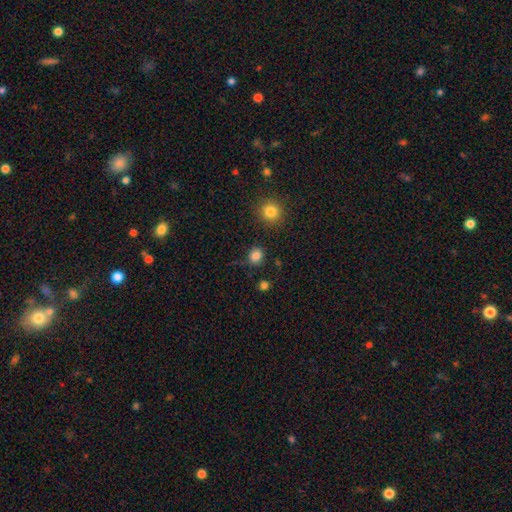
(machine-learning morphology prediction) A smooth galaxy with no disk features (84%) that is round (83%).

Vote fractions:
- Smooth or featured? smooth: 84% / star or artifact: 12% / featured or disk: 4%
- How rounded? round: 83% / in between: 16% / cigar-shaped: 1%
- Merging? none: 85% / minor disturbance: 9% / merger: 3% / major disturbance: 3%